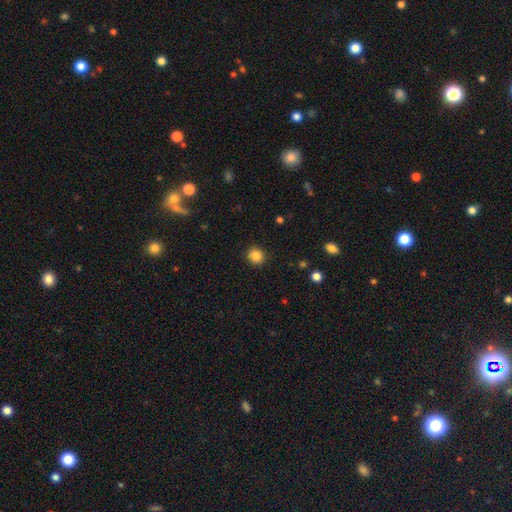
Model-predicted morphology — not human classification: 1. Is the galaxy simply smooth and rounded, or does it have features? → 85% smooth, 11% star or artifact, 5% featured or disk.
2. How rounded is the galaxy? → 85% round, 14% in between, 1% cigar-shaped.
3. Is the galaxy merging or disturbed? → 91% none, 6% minor disturbance, 2% major disturbance, 1% merger.